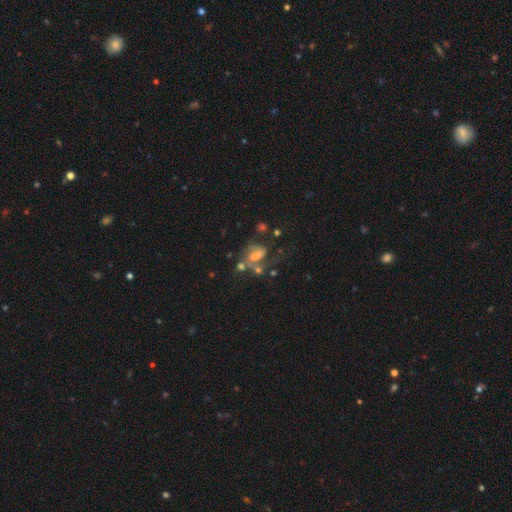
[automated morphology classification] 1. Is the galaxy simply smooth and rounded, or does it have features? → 51% featured or disk, 34% smooth, 16% star or artifact.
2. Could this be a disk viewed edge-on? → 94% no, 6% yes.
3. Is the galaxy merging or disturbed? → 33% major disturbance, 29% none, 20% merger, 17% minor disturbance.